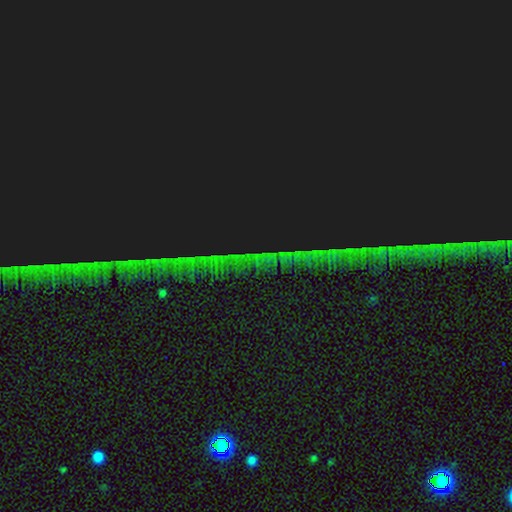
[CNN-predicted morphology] smooth_or_featured: star or artifact (p=0.85) [alt: featured or disk p=0.08]